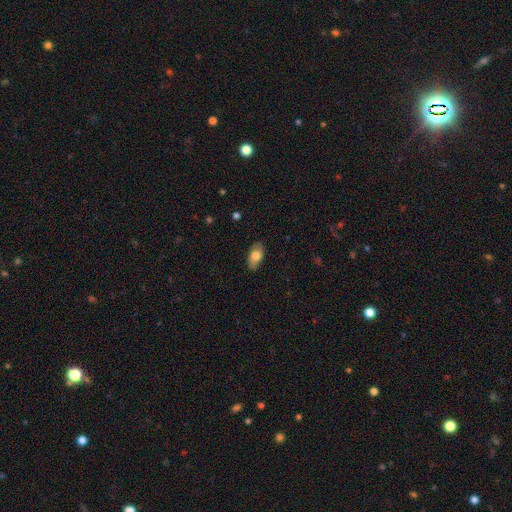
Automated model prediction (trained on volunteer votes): smooth 75%, featured or disk 19%, star or artifact 7%. Down the decision tree: how rounded — in between (91%); merging — none (83%).